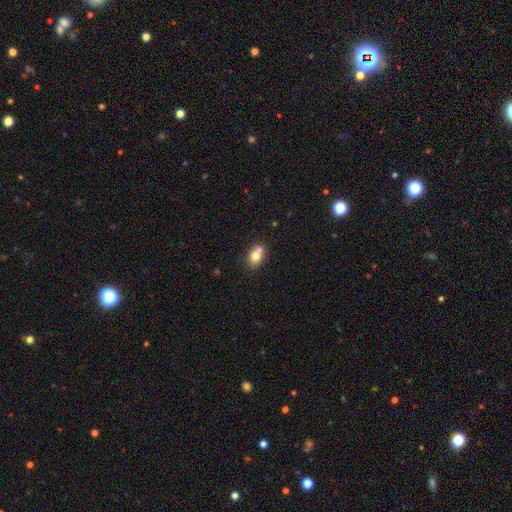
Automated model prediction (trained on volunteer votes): A smooth galaxy with no disk features (74%) that is in between round and cigar-shaped (58%).

Vote fractions:
- Smooth or featured? smooth: 74% / featured or disk: 16% / star or artifact: 10%
- How rounded? in between: 58% / round: 40% / cigar-shaped: 1%
- Merging? none: 44% / merger: 42% / minor disturbance: 11% / major disturbance: 3%